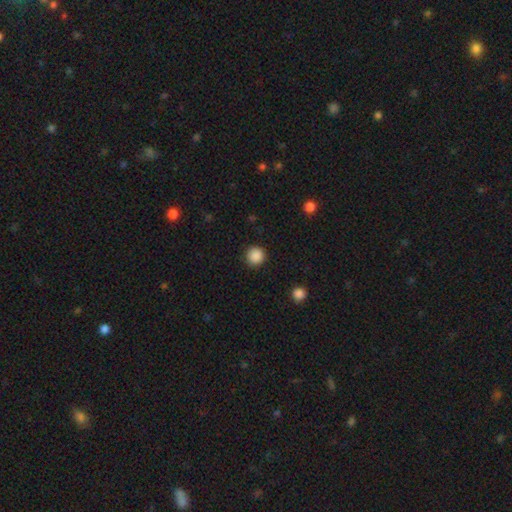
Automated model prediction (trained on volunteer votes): smooth 88%, star or artifact 10%, featured or disk 2%. Down the decision tree: how rounded — round (95%); merging — none (91%).